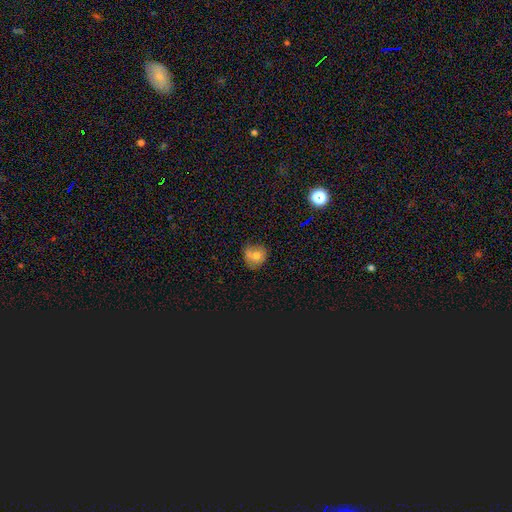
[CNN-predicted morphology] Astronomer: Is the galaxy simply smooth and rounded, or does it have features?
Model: smooth — 69%.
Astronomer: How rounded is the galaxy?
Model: round — 78%.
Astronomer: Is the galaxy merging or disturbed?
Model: none — 58%.